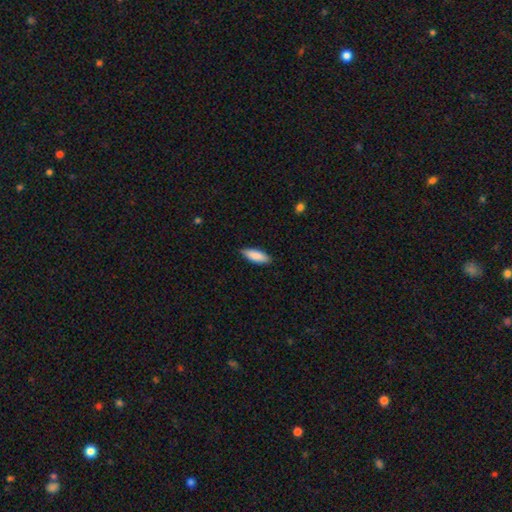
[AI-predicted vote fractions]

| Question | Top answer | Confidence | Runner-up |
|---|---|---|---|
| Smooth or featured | smooth | 89% | star or artifact (6%) |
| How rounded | in between | 68% | cigar-shaped (30%) |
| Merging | none | 86% | minor disturbance (11%) |